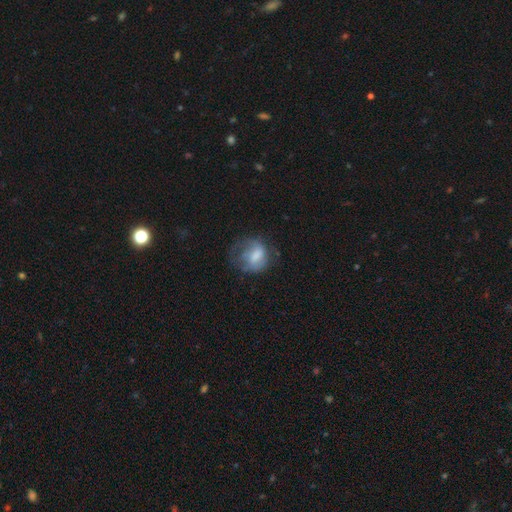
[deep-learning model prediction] Q: Smooth or featured?
A: smooth (57%); runner-up: featured or disk (35%)
Q: How rounded?
A: round (51%); runner-up: in between (48%)
Q: Merging?
A: none (37%); runner-up: major disturbance (34%)